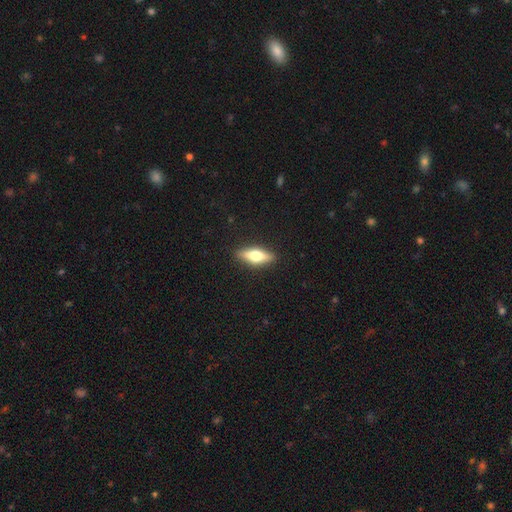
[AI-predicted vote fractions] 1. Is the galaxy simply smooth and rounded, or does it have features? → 50% smooth, 43% featured or disk, 7% star or artifact.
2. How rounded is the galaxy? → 51% in between, 46% cigar-shaped, 3% round.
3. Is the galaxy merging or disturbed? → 89% none, 8% minor disturbance, 2% major disturbance, 1% merger.